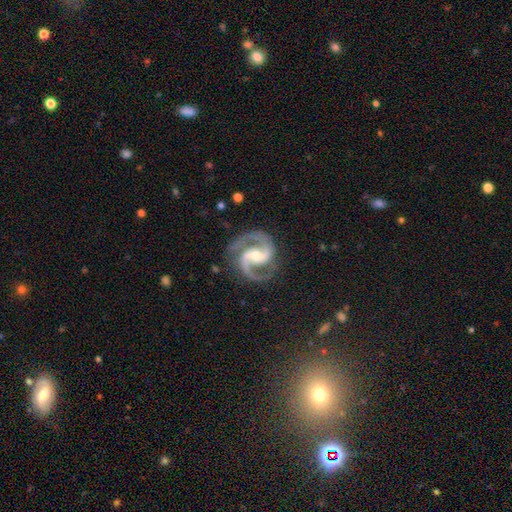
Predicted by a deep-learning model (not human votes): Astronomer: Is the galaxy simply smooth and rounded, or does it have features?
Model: featured or disk — 94%.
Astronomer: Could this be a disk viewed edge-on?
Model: no — 98%.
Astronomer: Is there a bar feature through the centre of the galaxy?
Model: weak — 42% (runner-up: strong, 30%).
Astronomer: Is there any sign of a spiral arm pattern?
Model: yes — 99%.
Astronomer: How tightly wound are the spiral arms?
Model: medium — 68%.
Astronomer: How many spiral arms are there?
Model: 2 — 94%.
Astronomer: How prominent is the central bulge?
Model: moderate — 58% (runner-up: small, 37%).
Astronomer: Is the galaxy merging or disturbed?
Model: none — 83%.